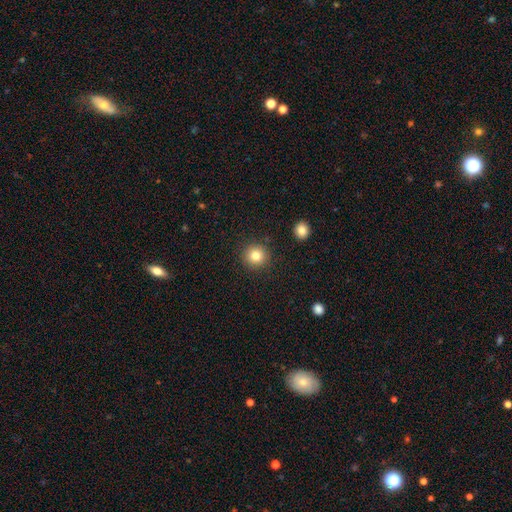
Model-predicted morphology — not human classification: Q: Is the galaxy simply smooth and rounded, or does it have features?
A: smooth — 81%.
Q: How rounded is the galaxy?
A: round — 93%.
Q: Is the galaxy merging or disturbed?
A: none — 90%.